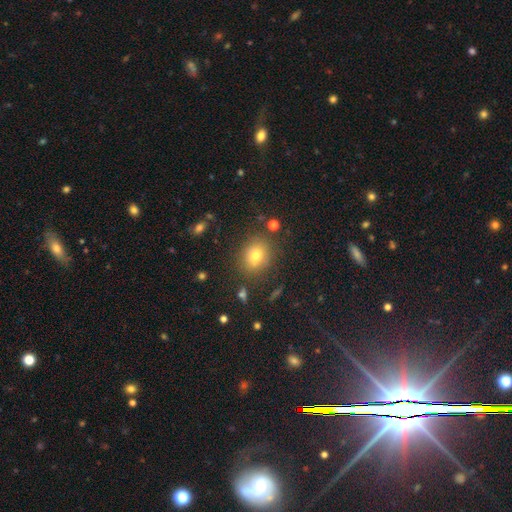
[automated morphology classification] type=smooth (70%); roundness=round (61%); merging=none (85%).